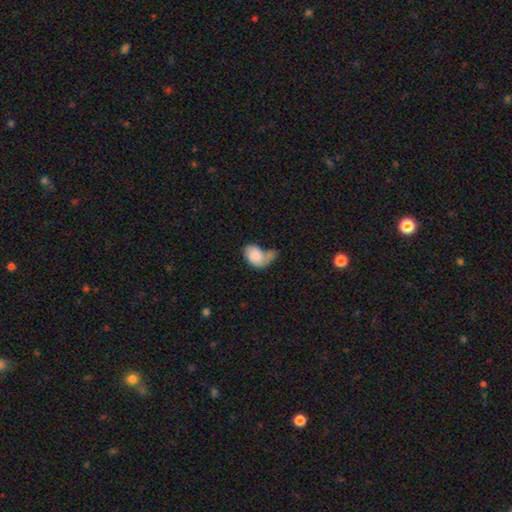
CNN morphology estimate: smooth_or_featured: smooth (p=0.81) [alt: featured or disk p=0.12]
how_rounded: in between (p=0.83) [alt: round p=0.15]
merging: merger (p=0.38) [alt: major disturbance p=0.21]